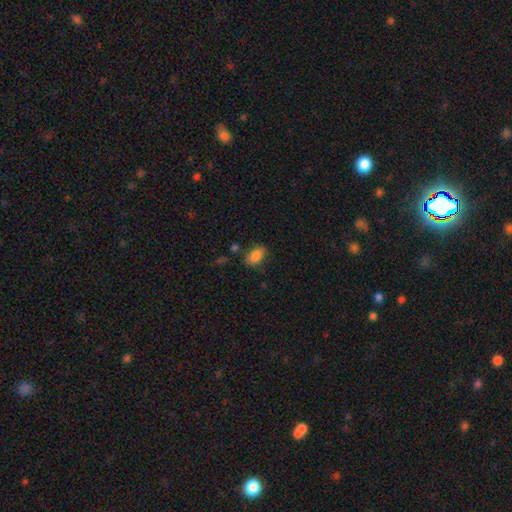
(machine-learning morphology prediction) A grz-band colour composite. It shows a smooth galaxy with no disk features (87%) that is in between round and cigar-shaped (89%). Merging: none (76%).